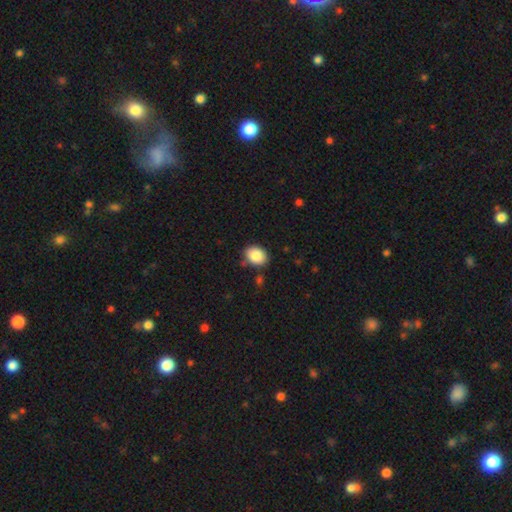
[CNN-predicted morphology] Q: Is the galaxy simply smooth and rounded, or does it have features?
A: smooth — 86%.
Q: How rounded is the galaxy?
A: in between — 60%.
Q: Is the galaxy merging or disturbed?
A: none — 81%.